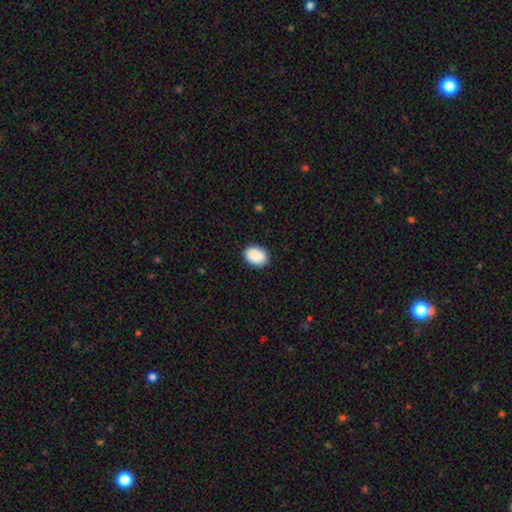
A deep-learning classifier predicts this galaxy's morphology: A smooth galaxy with no disk features (91%) that is in between round and cigar-shaped (72%). Merging: none (89%).